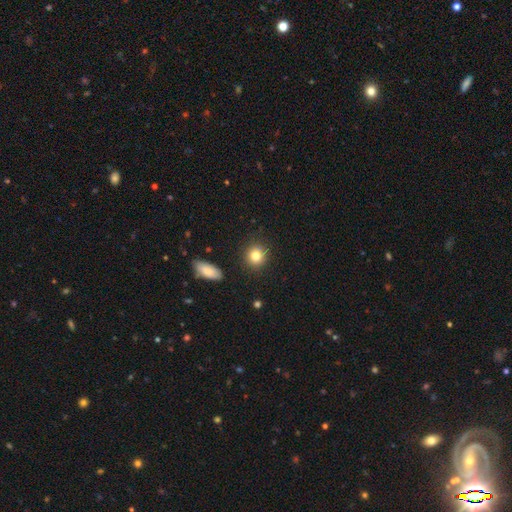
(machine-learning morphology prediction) smooth-or-featured: smooth: 82% | star or artifact: 10% | featured or disk: 8%
  how-rounded: round: 86% | in between: 13% | cigar-shaped: 1%
  merging: none: 89% | minor disturbance: 7% | major disturbance: 2% | merger: 2%